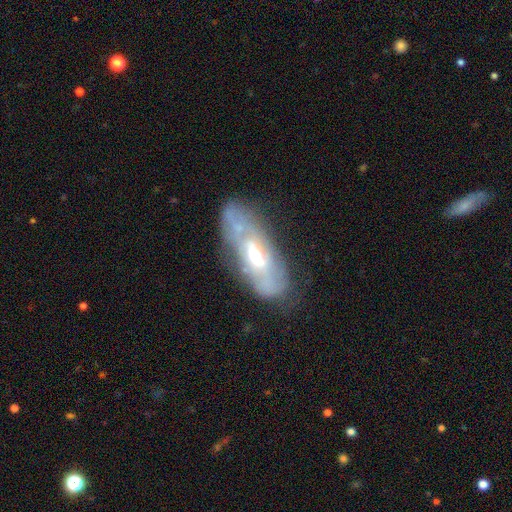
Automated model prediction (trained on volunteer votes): Morphology: type=featured or disk (69%); edge-on=no (82%); bar=no (54%); spiral arms=yes (54%); bulge=moderate (67%); merging=none (65%).